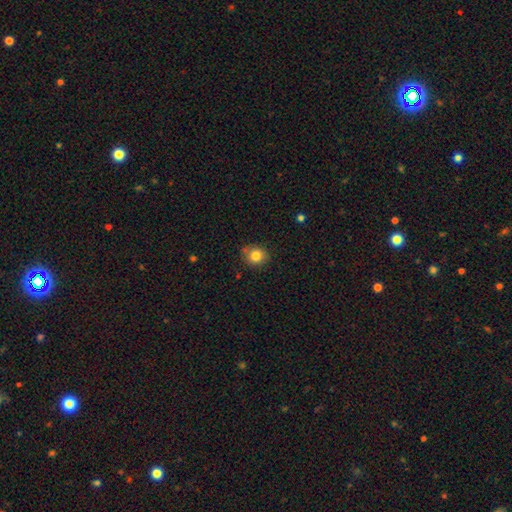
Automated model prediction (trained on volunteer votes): smooth_or_featured: smooth (p=0.82) [alt: star or artifact p=0.10]
how_rounded: round (p=0.78) [alt: in between p=0.21]
merging: none (p=0.79) [alt: minor disturbance p=0.16]